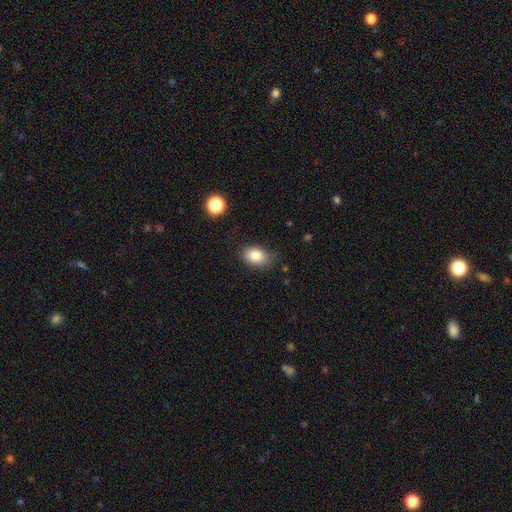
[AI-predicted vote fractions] smooth_or_featured: smooth (p=0.83) [alt: star or artifact p=0.09]
how_rounded: in between (p=0.77) [alt: round p=0.22]
merging: none (p=0.80) [alt: minor disturbance p=0.15]